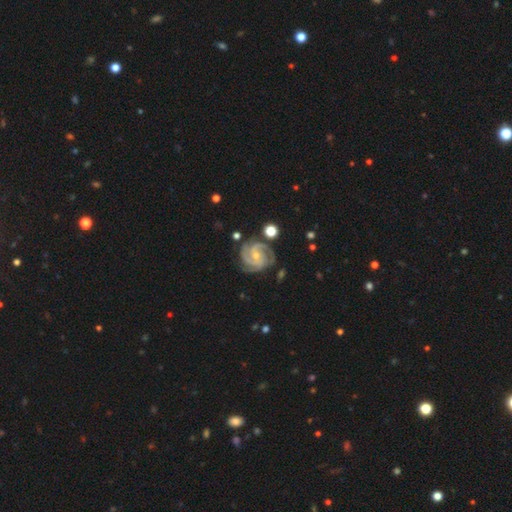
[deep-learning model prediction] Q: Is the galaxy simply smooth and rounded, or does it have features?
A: featured or disk — 93%.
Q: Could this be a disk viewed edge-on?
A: no — 98%.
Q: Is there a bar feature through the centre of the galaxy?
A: no — 60%.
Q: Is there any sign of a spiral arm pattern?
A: yes — 99%.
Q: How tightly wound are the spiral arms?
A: tight — 66%.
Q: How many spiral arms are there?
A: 3 — 56%.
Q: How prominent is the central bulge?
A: small — 66%.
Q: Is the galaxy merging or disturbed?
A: none — 76%.